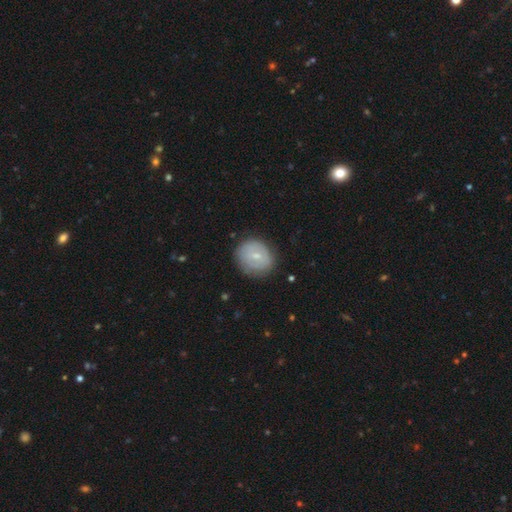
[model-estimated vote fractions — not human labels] The model was most divided on "smooth or featured": smooth: 55%, featured or disk: 38%, star or artifact: 7%. More confident: merging — none (80%); how rounded — round (75%).